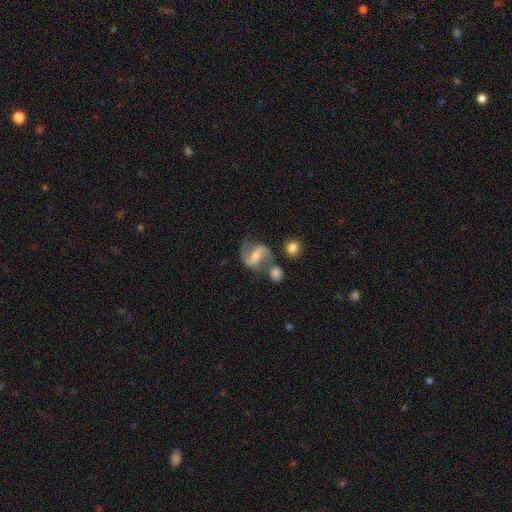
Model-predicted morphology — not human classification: The model was most divided on "bar": weak: 41%, strong: 40%, no: 19%. Remaining: edge-on disk — no (97%); spiral arms — yes (97%); spiral arm count — 2 (93%); smooth or featured — featured or disk (86%); merging — none (64%); bulge size — moderate (52%); spiral winding — medium (50%).